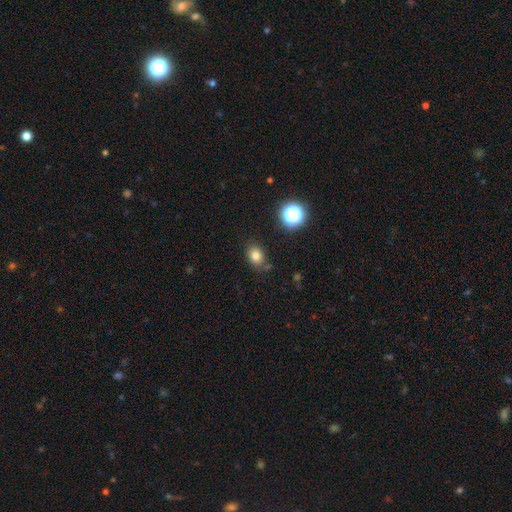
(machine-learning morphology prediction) This appears to be a smooth galaxy with no disk features (80%) that is in between round and cigar-shaped (56%). Merging: none (78%).